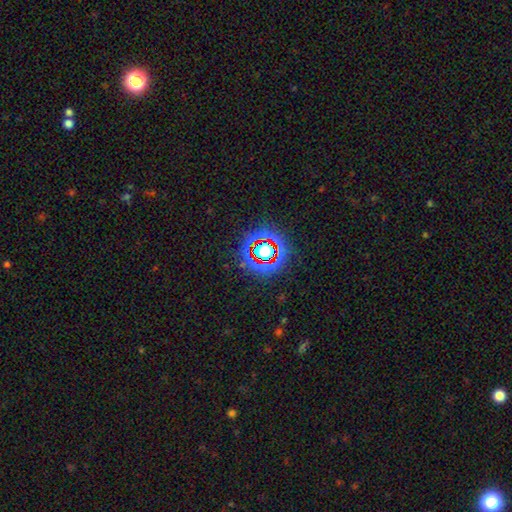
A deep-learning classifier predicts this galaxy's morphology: The model was most divided on "smooth or featured": star or artifact: 78%, smooth: 13%, featured or disk: 9%.